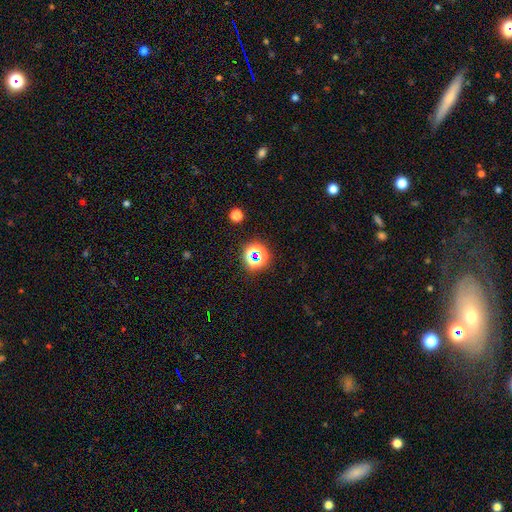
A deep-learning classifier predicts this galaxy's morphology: This is likely a star or artifact rather than a galaxy (61%).